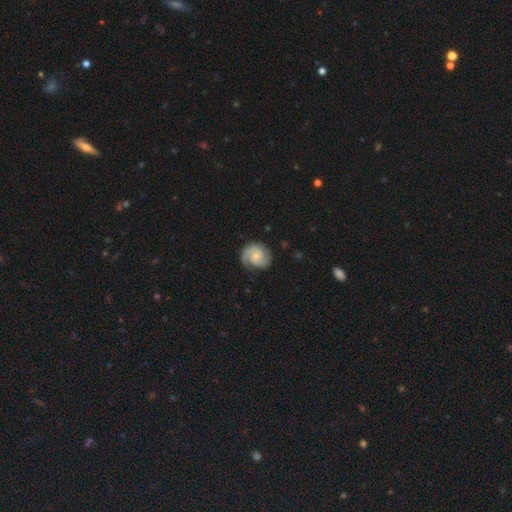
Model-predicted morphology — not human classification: smooth-or-featured: featured or disk: 78% | smooth: 16% | star or artifact: 6%
  disk-edge-on: no: 98% | yes: 2%
    bar: no: 64% | weak: 31% | strong: 4%
    has-spiral-arms: yes: 96% | no: 4%
      spiral-winding: tight: 49% | medium: 39% | loose: 12%
      spiral-arm-count: 2: 72% | 1: 16% | can't tell: 6% | 3: 3% | 4: 1% | more than 4: 1%
    bulge-size: small: 47% | moderate: 30% | none: 18% | large: 4% | dominant: 1%
  merging: none: 74% | minor disturbance: 17% | major disturbance: 7% | merger: 1%